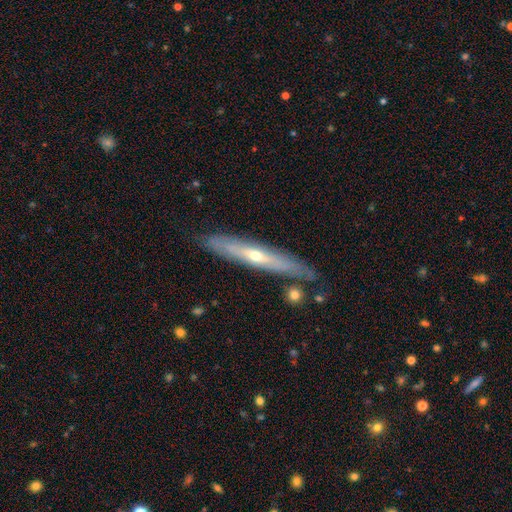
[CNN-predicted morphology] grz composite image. It shows a featured or disk galaxy (66%) viewed edge-on (81%) with a rounded central bulge (77%). Merging: none (83%).